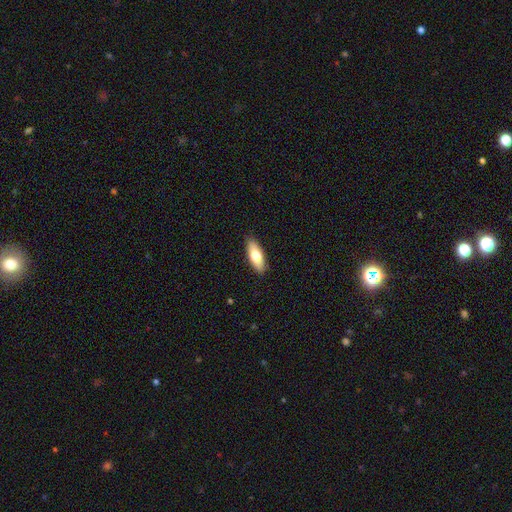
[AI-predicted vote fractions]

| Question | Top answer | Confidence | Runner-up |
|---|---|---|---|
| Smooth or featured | smooth | 68% | featured or disk (26%) |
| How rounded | in between | 73% | cigar-shaped (25%) |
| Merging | none | 89% | minor disturbance (8%) |